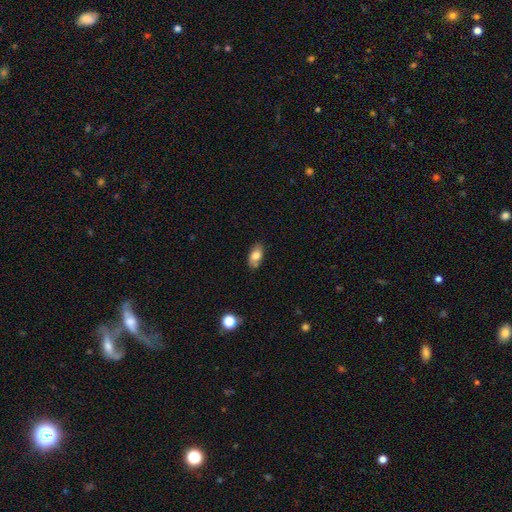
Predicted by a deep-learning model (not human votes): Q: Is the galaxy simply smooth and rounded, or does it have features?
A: smooth — 77%.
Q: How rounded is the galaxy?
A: in between — 91%.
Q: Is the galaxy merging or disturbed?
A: none — 76%.